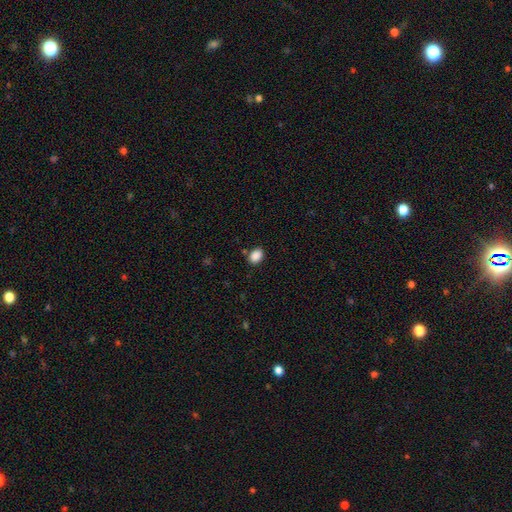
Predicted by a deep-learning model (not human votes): Overall: smooth (88%). How rounded: in between (67%; round 32%). Merging: none (81%).